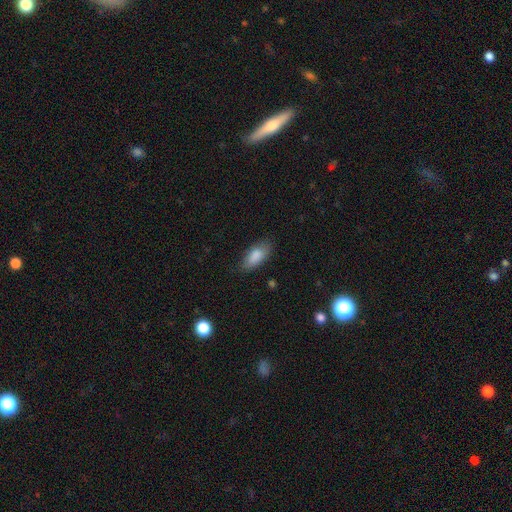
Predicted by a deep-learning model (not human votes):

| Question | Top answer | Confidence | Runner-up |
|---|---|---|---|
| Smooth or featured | smooth | 86% | featured or disk (8%) |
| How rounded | in between | 85% | cigar-shaped (12%) |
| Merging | none | 77% | minor disturbance (18%) |